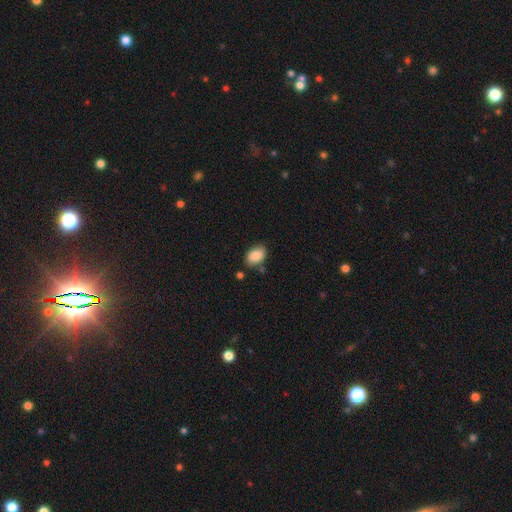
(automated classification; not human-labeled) Q: Smooth or featured?
A: smooth (86%); runner-up: star or artifact (7%)
Q: How rounded?
A: in between (87%); runner-up: round (11%)
Q: Merging?
A: none (76%); runner-up: minor disturbance (15%)